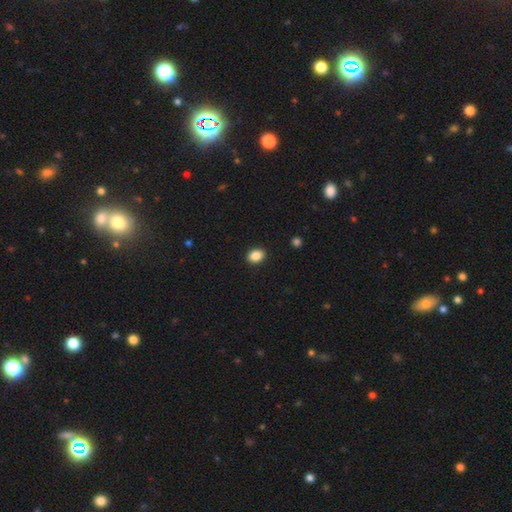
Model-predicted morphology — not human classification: type=smooth (87%); roundness=in between (62%); merging=none (91%).